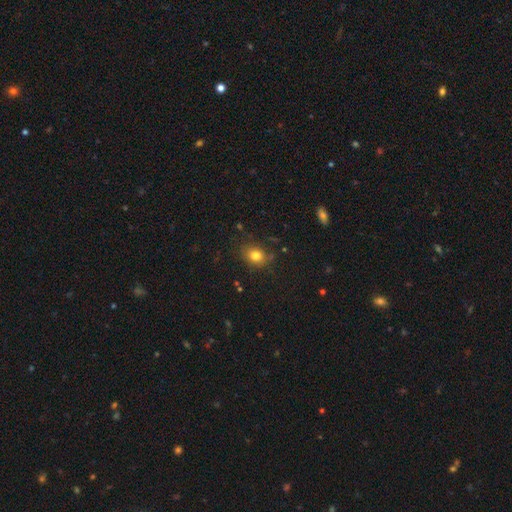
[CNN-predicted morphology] A smooth galaxy with no disk features (80%) that is in between round and cigar-shaped (52%). Merging: none (78%).